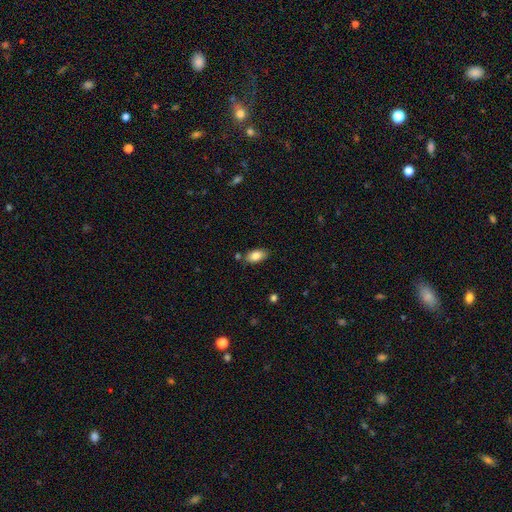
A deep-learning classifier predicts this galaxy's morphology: This is clearly a smooth galaxy (84%). How rounded: clearly in between (92%). Merging: likely none (78%).